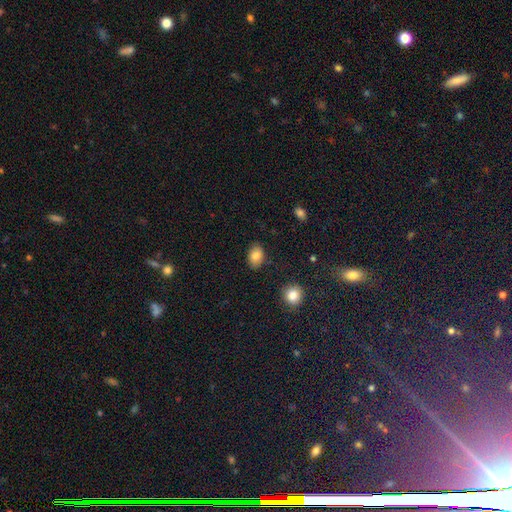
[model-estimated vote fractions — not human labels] smooth_or_featured: smooth (p=0.85) [alt: star or artifact p=0.08]
how_rounded: in between (p=0.84) [alt: round p=0.14]
merging: none (p=0.85) [alt: minor disturbance p=0.11]